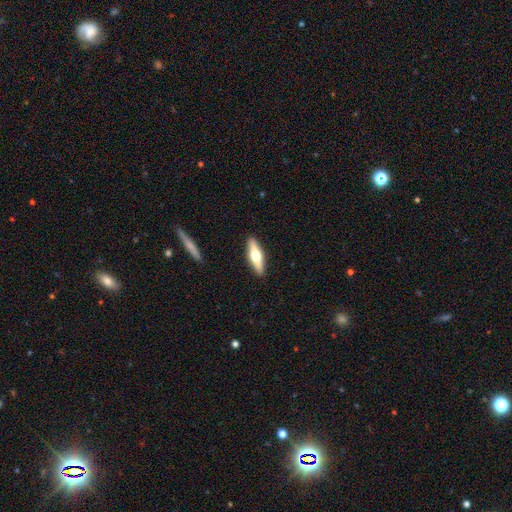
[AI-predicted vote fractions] This appears to be a featured or disk galaxy (51%) viewed edge-on (92%). Merging: none (91%).